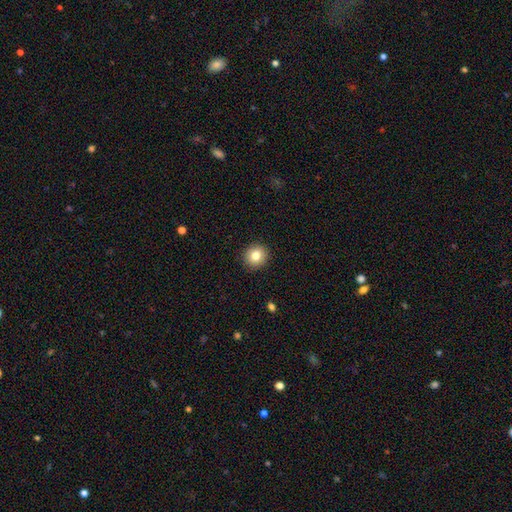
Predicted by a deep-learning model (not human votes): The model was most divided on "smooth or featured": smooth: 82%, star or artifact: 10%, featured or disk: 8%. More confident: merging — none (92%); how rounded — round (90%).